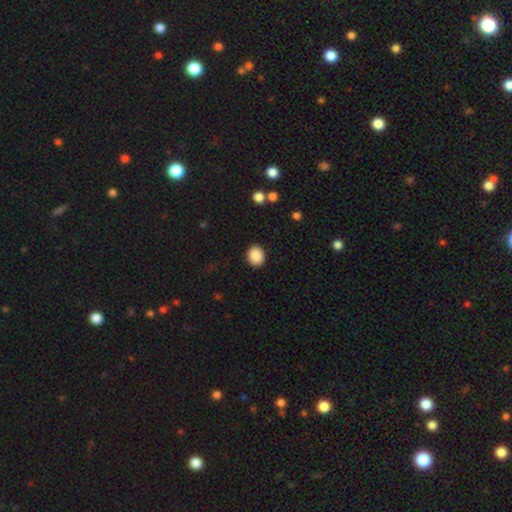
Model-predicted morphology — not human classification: Q: Smooth or featured?
A: smooth (89%); runner-up: star or artifact (8%)
Q: How rounded?
A: round (51%); runner-up: in between (48%)
Q: Merging?
A: none (90%); runner-up: minor disturbance (7%)